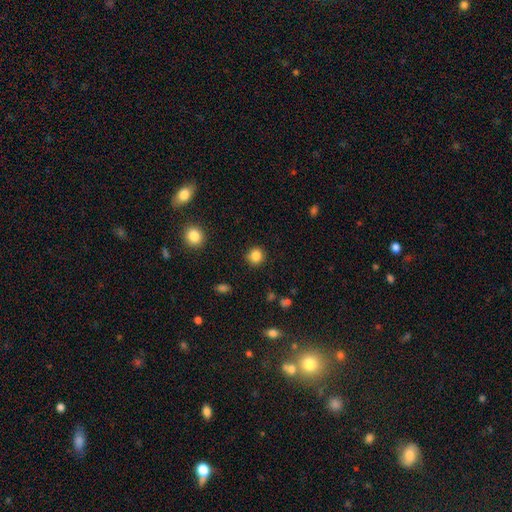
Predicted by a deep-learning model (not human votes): smooth-or-featured: smooth: 85% | star or artifact: 11% | featured or disk: 4%
  how-rounded: round: 90% | in between: 9% | cigar-shaped: 1%
  merging: none: 89% | minor disturbance: 7% | major disturbance: 2% | merger: 2%